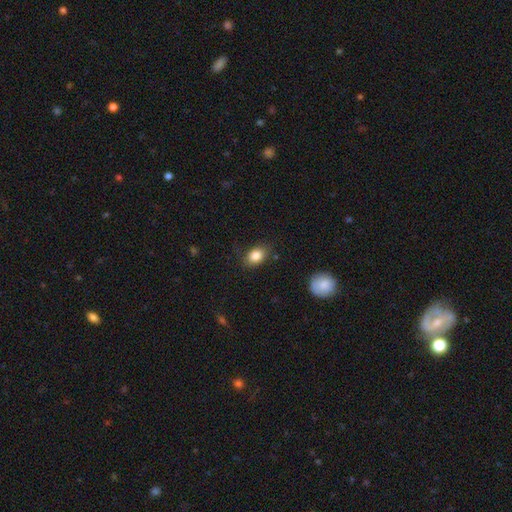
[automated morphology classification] Smooth or featured?
  - smooth: 85% *
  - star or artifact: 9%
  - featured or disk: 7%
How rounded?
  - in between: 74% *
  - round: 24%
  - cigar-shaped: 1%
Merging?
  - none: 79% *
  - minor disturbance: 16%
  - major disturbance: 4%
  - merger: 2%